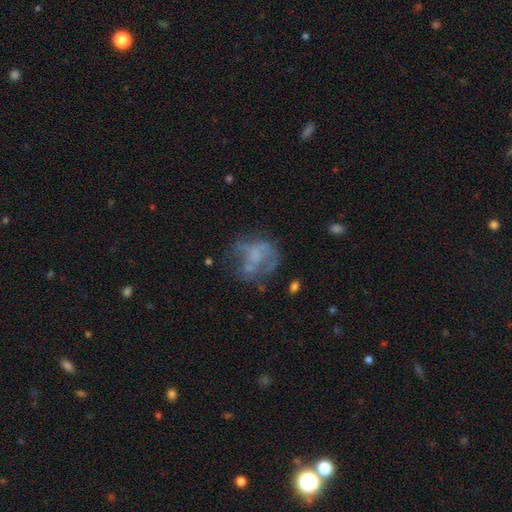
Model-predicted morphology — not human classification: featured or disk 51%, smooth 36%, star or artifact 13%. Down the decision tree: edge-on disk — no (98%); merging — none (39%).